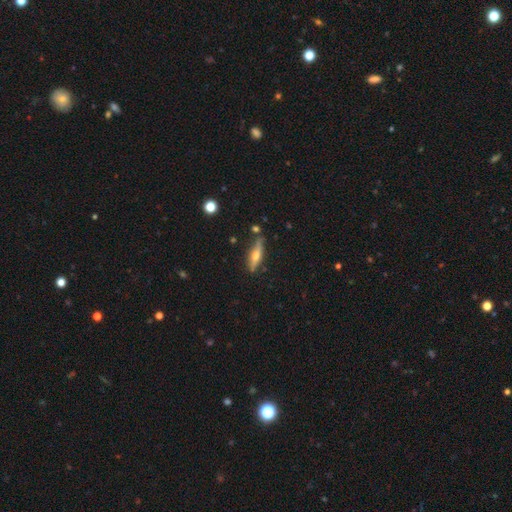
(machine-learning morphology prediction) A featured or disk galaxy (58%) viewed edge-on (93%) with a rounded central bulge (91%).

Vote fractions:
- Smooth or featured? featured or disk: 58% / smooth: 35% / star or artifact: 7%
- Edge-on disk? yes: 93% / no: 7%
- Edge-on bulge? rounded: 91% / none: 4% / boxy: 4%
- Merging? none: 79% / minor disturbance: 13% / merger: 4% / major disturbance: 3%